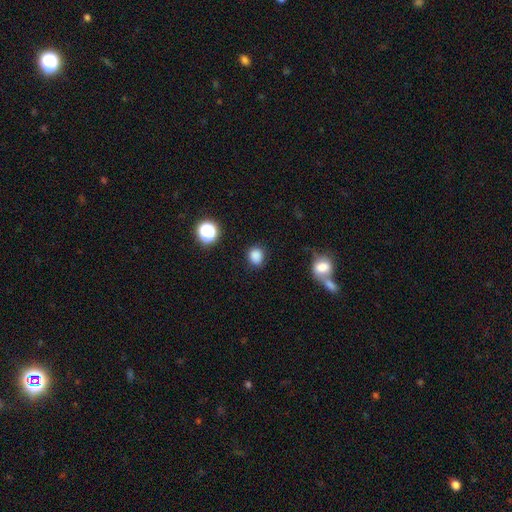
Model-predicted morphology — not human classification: Smooth or featured: smooth — 84% (star or artifact — 12%)
How rounded: round — 73% (in between — 26%)
Merging: none — 83% (minor disturbance — 11%)